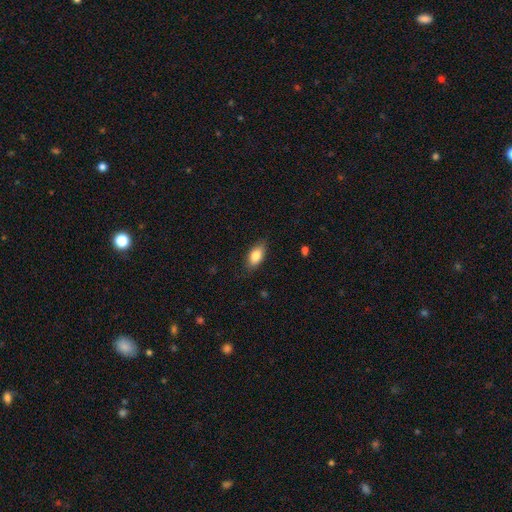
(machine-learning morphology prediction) smooth 82%, featured or disk 11%, star or artifact 7%. Down the decision tree: how rounded — in between (89%); merging — none (82%).